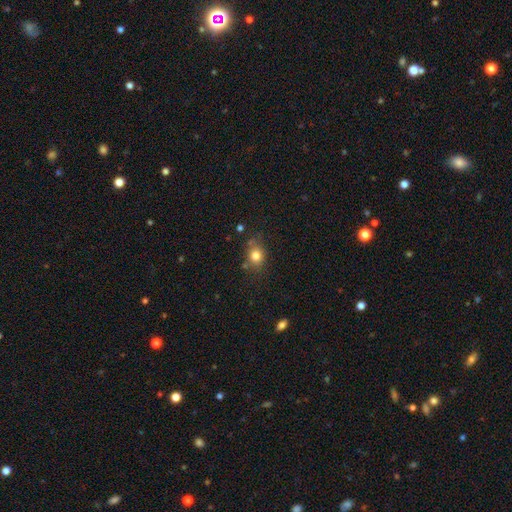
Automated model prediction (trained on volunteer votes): smooth-or-featured: smooth: 80% | star or artifact: 11% | featured or disk: 9%
  how-rounded: round: 60% | in between: 38% | cigar-shaped: 1%
  merging: none: 69% | minor disturbance: 20% | major disturbance: 6% | merger: 5%